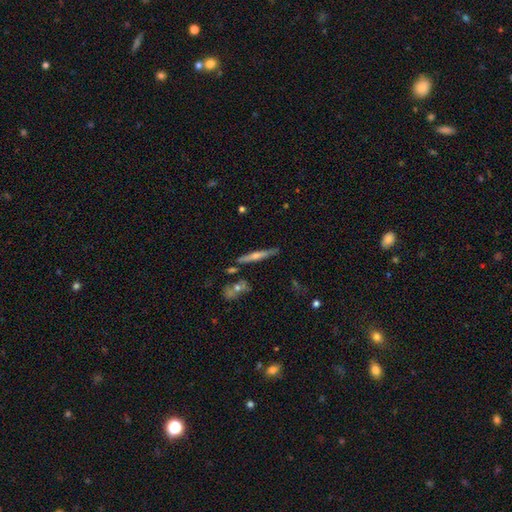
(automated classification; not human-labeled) Overall: featured or disk (62%; smooth 30%). Edge-on disk: yes (95%). Edge-on bulge: rounded (70%). Merging: none (83%).